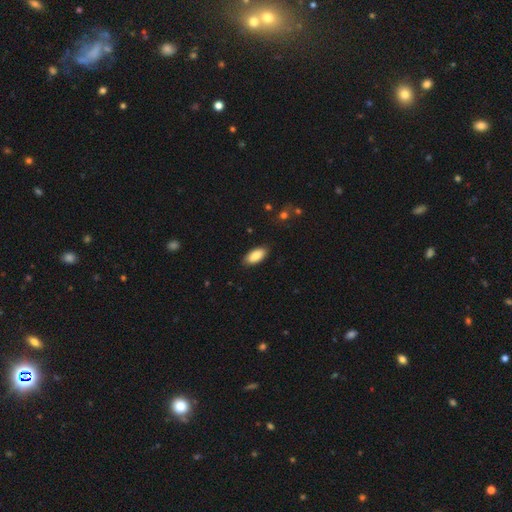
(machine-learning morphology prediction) Q: Smooth or featured?
A: smooth (88%); runner-up: star or artifact (6%)
Q: How rounded?
A: in between (91%); runner-up: cigar-shaped (7%)
Q: Merging?
A: none (87%); runner-up: minor disturbance (10%)